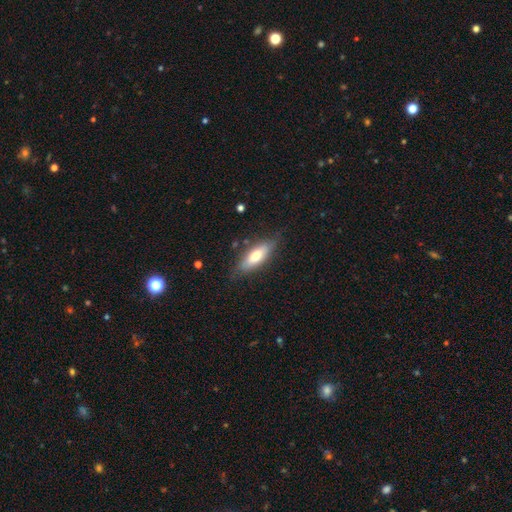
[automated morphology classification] Q: Smooth or featured?
A: smooth (65%); runner-up: featured or disk (29%)
Q: How rounded?
A: in between (63%); runner-up: cigar-shaped (35%)
Q: Merging?
A: none (79%); runner-up: minor disturbance (16%)